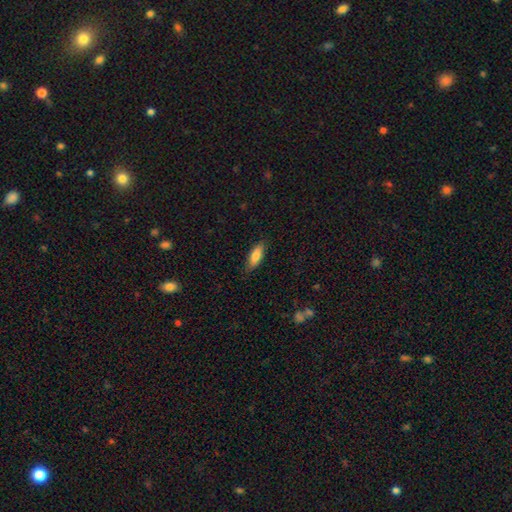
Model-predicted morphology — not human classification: Q: Smooth or featured?
A: smooth (79%); runner-up: featured or disk (14%)
Q: How rounded?
A: in between (67%); runner-up: cigar-shaped (31%)
Q: Merging?
A: none (83%); runner-up: minor disturbance (13%)